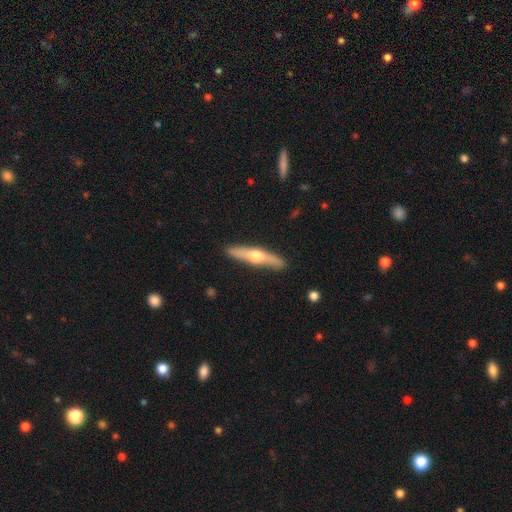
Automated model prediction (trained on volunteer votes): Smooth or featured? featured or disk (63%)
Edge-on disk? yes (93%)
Edge-on bulge? rounded (93%)
Merging? none (89%)